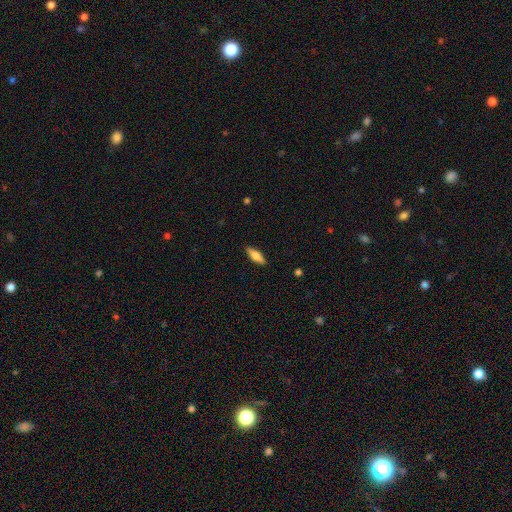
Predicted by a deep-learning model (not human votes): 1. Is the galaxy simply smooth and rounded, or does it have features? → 67% smooth, 27% featured or disk, 6% star or artifact.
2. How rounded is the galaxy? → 54% in between, 44% cigar-shaped, 2% round.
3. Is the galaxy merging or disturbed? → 88% none, 9% minor disturbance, 2% major disturbance, 1% merger.